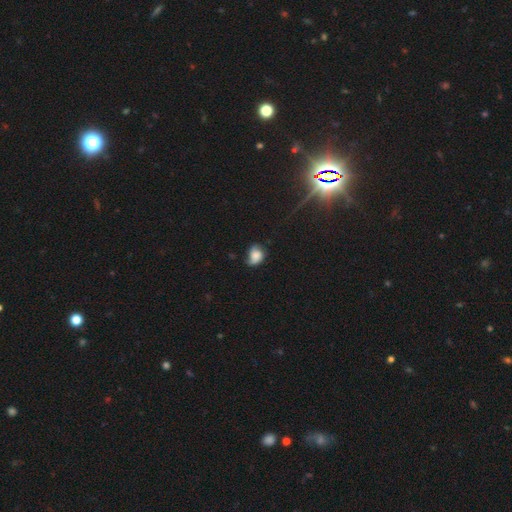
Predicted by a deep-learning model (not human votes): Smooth or featured?
  - smooth: 62% *
  - featured or disk: 28%
  - star or artifact: 10%
How rounded?
  - in between: 58% *
  - round: 41%
  - cigar-shaped: 1%
Merging?
  - none: 46% *
  - minor disturbance: 37%
  - major disturbance: 14%
  - merger: 3%